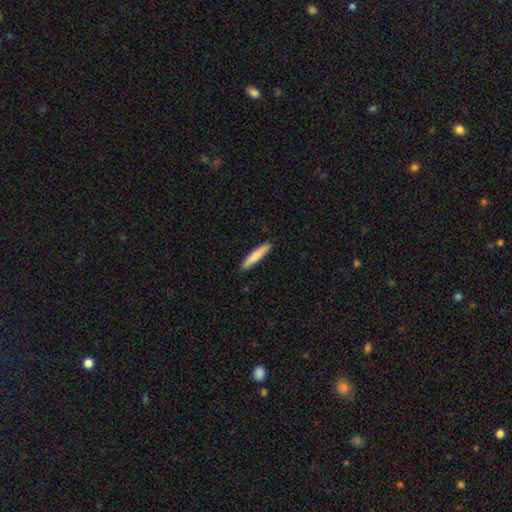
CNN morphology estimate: Q: Smooth or featured?
A: smooth (79%); runner-up: featured or disk (15%)
Q: How rounded?
A: cigar-shaped (91%); runner-up: in between (7%)
Q: Merging?
A: none (91%); runner-up: minor disturbance (7%)